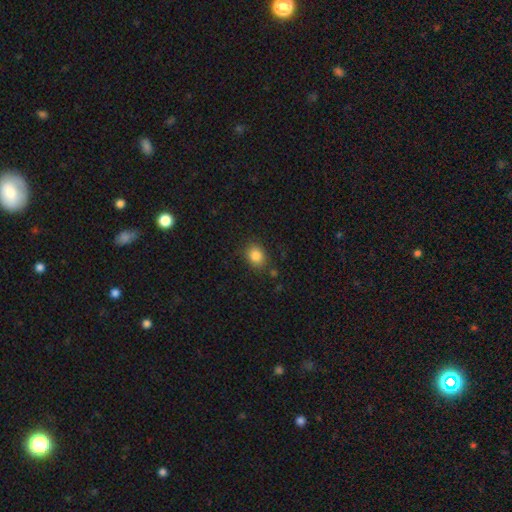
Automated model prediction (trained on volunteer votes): Smooth or featured? Predicted: smooth (p=0.84). How rounded? Predicted: round (p=0.54). Merging? Predicted: none (p=0.82).